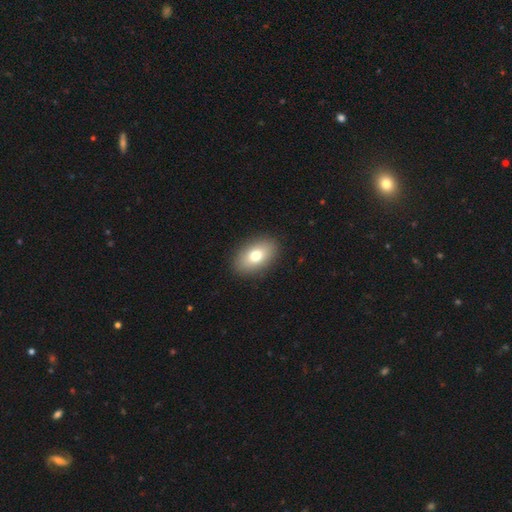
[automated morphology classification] type=smooth (76%); roundness=in between (90%); merging=none (89%).